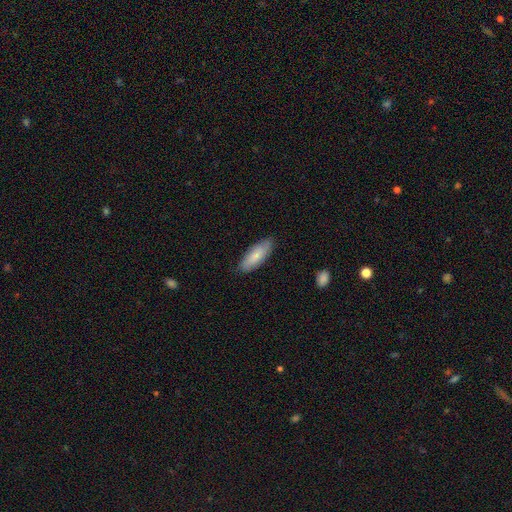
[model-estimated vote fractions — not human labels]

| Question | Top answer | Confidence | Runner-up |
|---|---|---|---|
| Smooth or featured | smooth | 79% | featured or disk (16%) |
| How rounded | in between | 66% | cigar-shaped (32%) |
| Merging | none | 83% | minor disturbance (13%) |